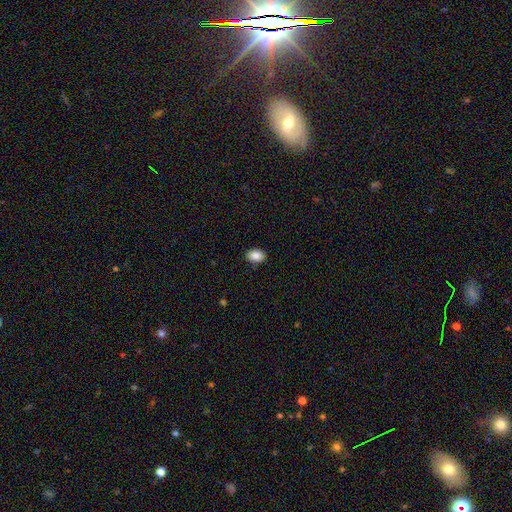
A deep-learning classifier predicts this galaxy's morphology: type=smooth (88%); roundness=in between (84%); merging=none (88%).